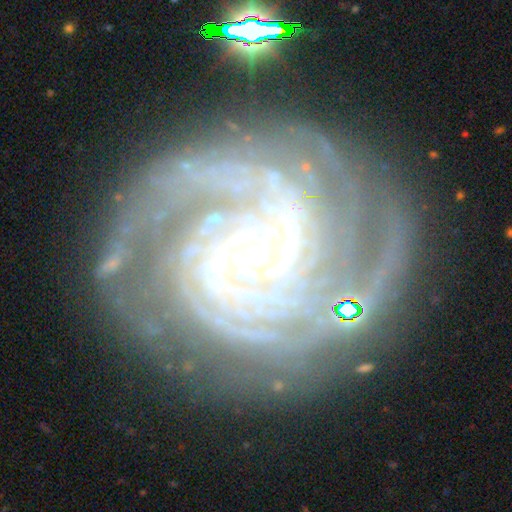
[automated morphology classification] Q: Smooth or featured?
A: featured or disk (91%); runner-up: star or artifact (5%)
Q: Edge-on disk?
A: no (98%); runner-up: yes (2%)
Q: Bar?
A: no (55%); runner-up: weak (29%)
Q: Spiral arms?
A: yes (99%); runner-up: no (1%)
Q: Spiral winding?
A: tight (76%); runner-up: medium (21%)
Q: Spiral arm count?
A: 3 (22%); runner-up: 4 (21%)
Q: Bulge size?
A: small (75%); runner-up: moderate (20%)
Q: Merging?
A: none (77%); runner-up: minor disturbance (15%)